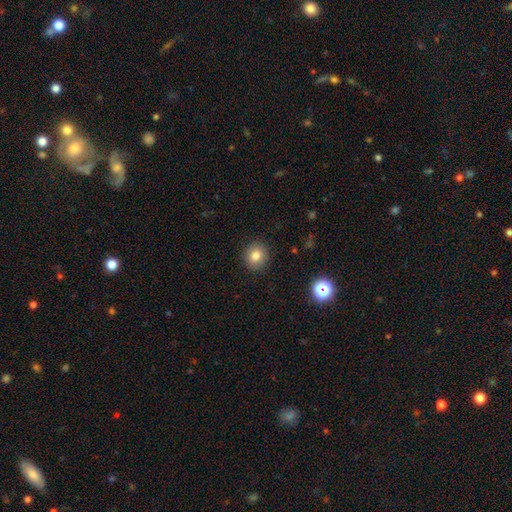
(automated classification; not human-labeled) Q: Smooth or featured?
A: smooth (81%); runner-up: star or artifact (11%)
Q: How rounded?
A: round (85%); runner-up: in between (14%)
Q: Merging?
A: none (90%); runner-up: minor disturbance (7%)